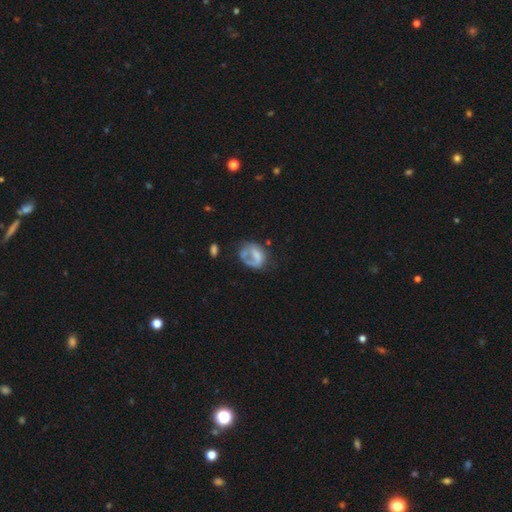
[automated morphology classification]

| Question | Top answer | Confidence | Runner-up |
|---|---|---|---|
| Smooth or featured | smooth | 47% | featured or disk (43%) |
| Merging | major disturbance | 37% | none (34%) |